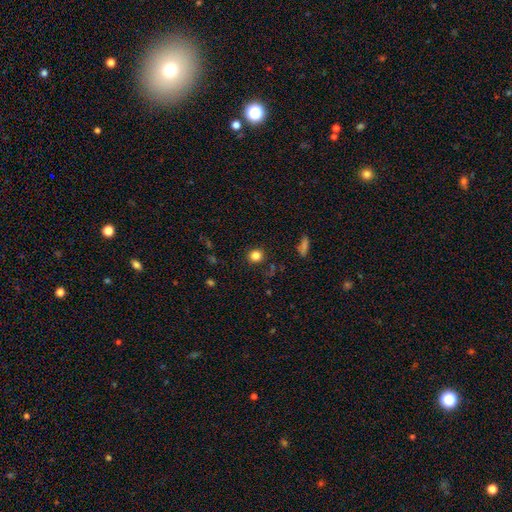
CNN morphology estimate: Q: Smooth or featured?
A: smooth (83%); runner-up: star or artifact (12%)
Q: How rounded?
A: round (90%); runner-up: in between (9%)
Q: Merging?
A: none (88%); runner-up: minor disturbance (8%)